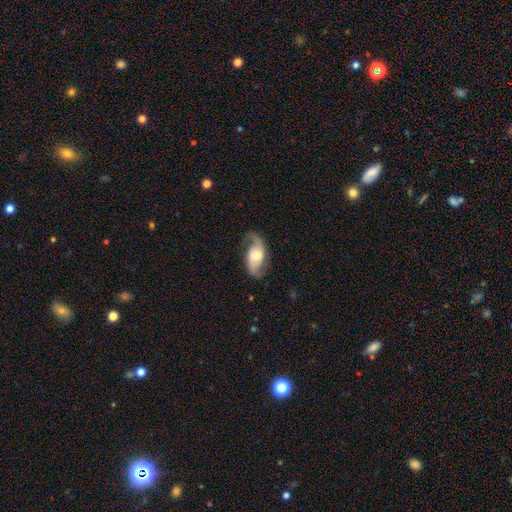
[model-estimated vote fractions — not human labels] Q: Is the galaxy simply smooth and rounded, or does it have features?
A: featured or disk — 81%.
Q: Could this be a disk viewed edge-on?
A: no — 96%.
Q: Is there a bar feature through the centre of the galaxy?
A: no — 54%.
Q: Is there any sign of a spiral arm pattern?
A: yes — 95%.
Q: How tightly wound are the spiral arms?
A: loose — 58%.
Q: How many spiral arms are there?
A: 2 — 91%.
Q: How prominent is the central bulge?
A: moderate — 55%.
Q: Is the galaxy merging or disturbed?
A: none — 73%.